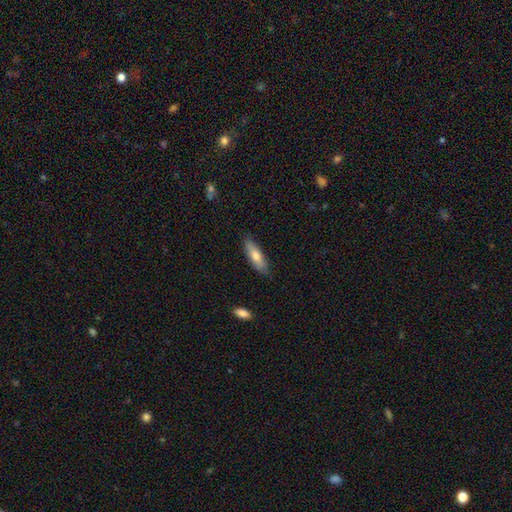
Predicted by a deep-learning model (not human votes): smooth_or_featured: smooth (p=0.71) [alt: featured or disk p=0.23]
how_rounded: cigar-shaped (p=0.54) [alt: in between p=0.45]
merging: none (p=0.84) [alt: minor disturbance p=0.13]